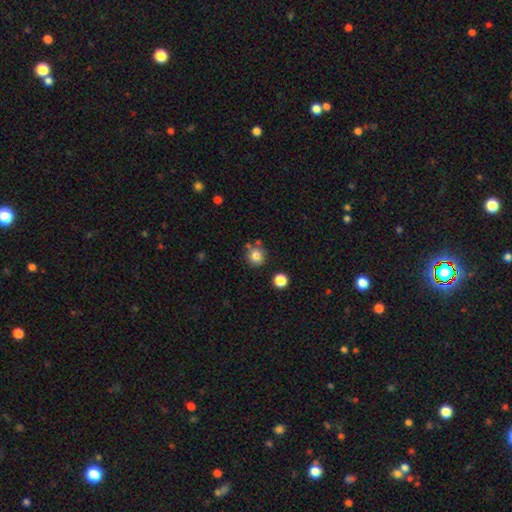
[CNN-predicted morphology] Smooth or featured? smooth (83%)
How rounded? round (89%)
Merging? none (74%)